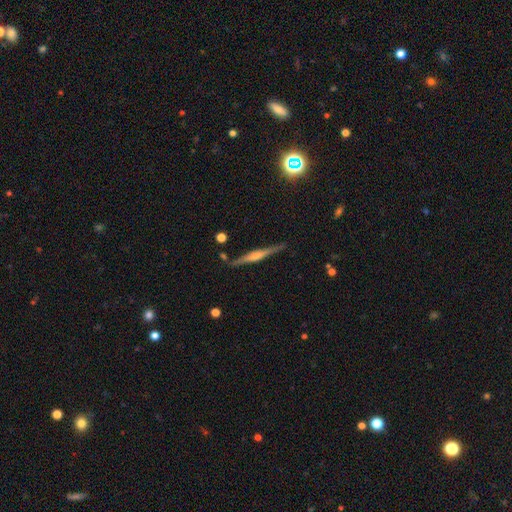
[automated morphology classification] A featured or disk galaxy (68%) viewed edge-on (98%) with a rounded central bulge (57%). Merging: none (85%).